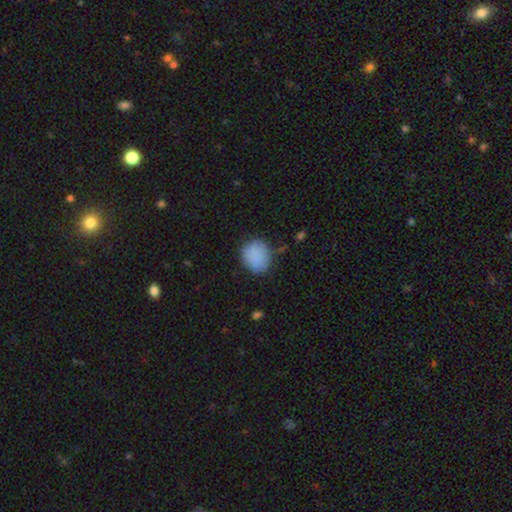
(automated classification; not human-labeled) A smooth galaxy with no disk features (86%) that is round (78%). Merging: none (76%).